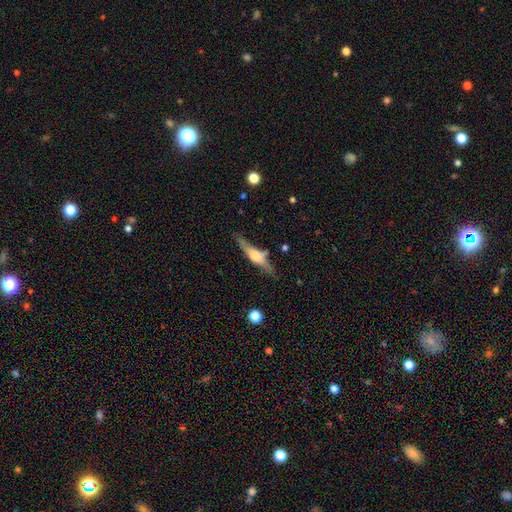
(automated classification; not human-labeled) smooth-or-featured: featured or disk: 64% | smooth: 29% | star or artifact: 7%
  disk-edge-on: yes: 95% | no: 5%
    edge-on-bulge: rounded: 84% | boxy: 12% | none: 4%
  merging: none: 73% | minor disturbance: 17% | major disturbance: 5% | merger: 5%